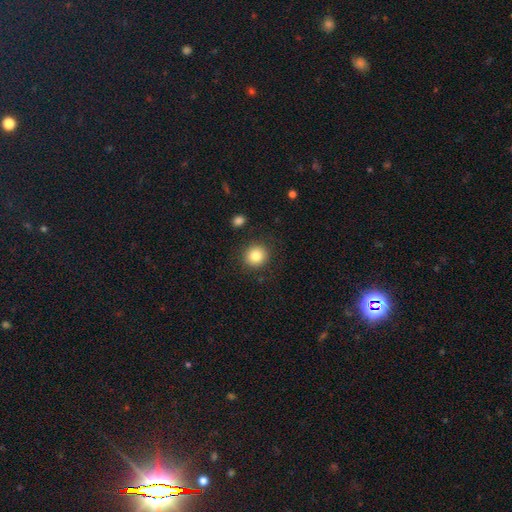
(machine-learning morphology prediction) Smooth or featured?
  - smooth: 82% *
  - star or artifact: 10%
  - featured or disk: 7%
How rounded?
  - round: 90% *
  - in between: 9%
  - cigar-shaped: 1%
Merging?
  - none: 88% *
  - minor disturbance: 7%
  - major disturbance: 3%
  - merger: 2%